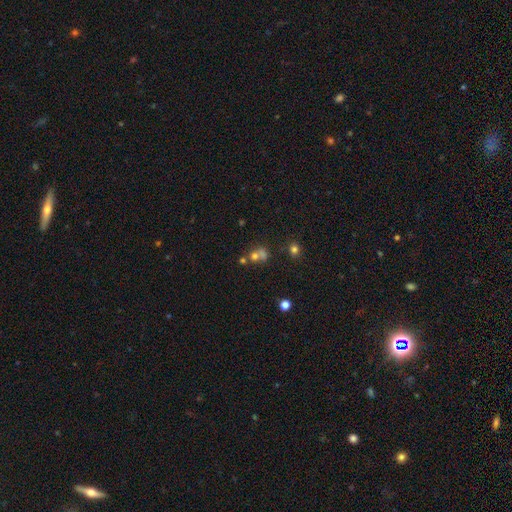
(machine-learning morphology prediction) smooth 60%, star or artifact 23%, featured or disk 17%. Down the decision tree: how rounded — round (74%); merging — merger (50%).